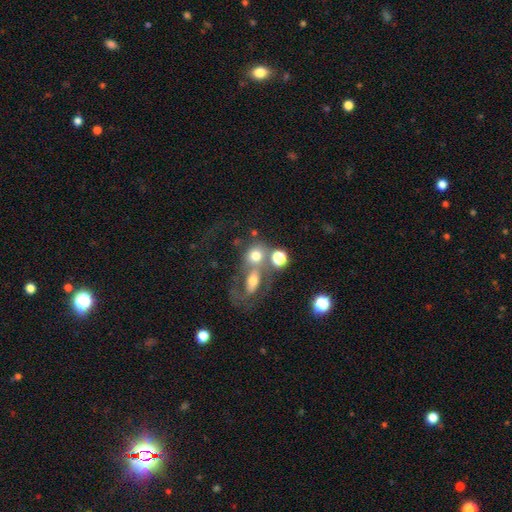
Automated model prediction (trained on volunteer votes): Smooth or featured? Predicted: smooth (p=0.64). How rounded? Predicted: round (p=0.65). Merging? Predicted: merger (p=0.49).